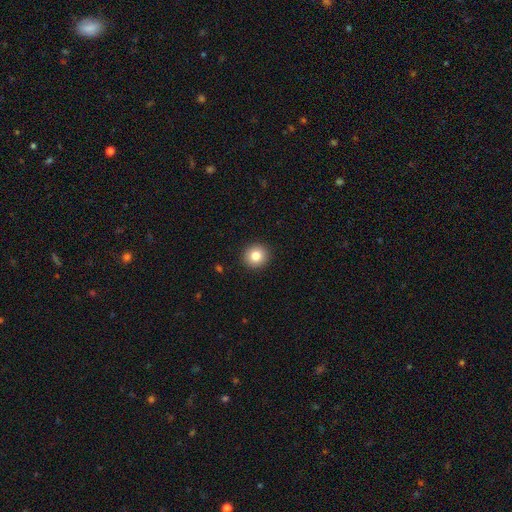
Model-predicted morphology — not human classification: smooth_or_featured: smooth (p=0.82) [alt: star or artifact p=0.10]
how_rounded: round (p=0.92) [alt: in between p=0.07]
merging: none (p=0.92) [alt: minor disturbance p=0.05]